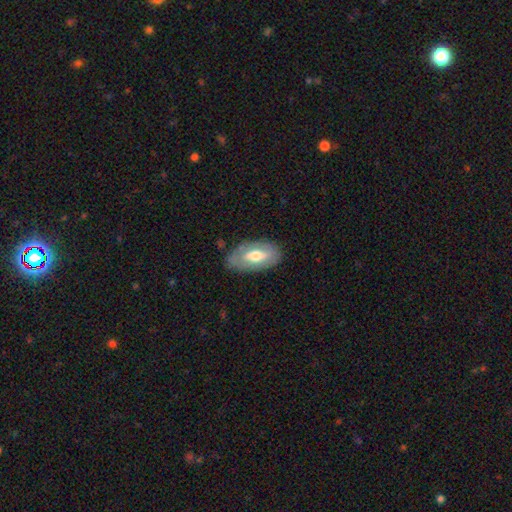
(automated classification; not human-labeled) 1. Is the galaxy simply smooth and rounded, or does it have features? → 51% smooth, 43% featured or disk, 6% star or artifact.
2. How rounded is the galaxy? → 91% in between, 5% cigar-shaped, 4% round.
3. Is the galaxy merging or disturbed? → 77% none, 16% minor disturbance, 5% major disturbance, 1% merger.